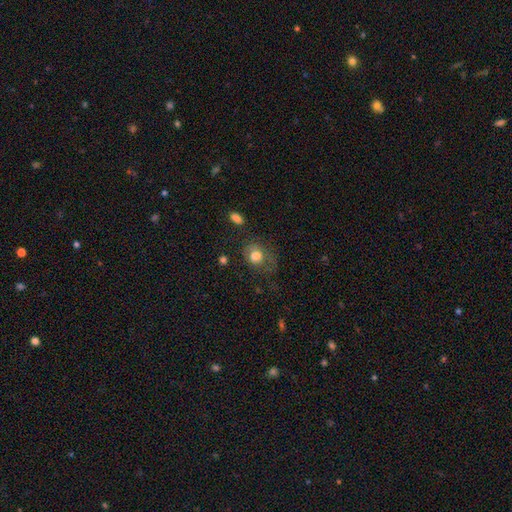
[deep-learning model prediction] A smooth galaxy with no disk features (73%) that is round (58%). Merging: none (41%).